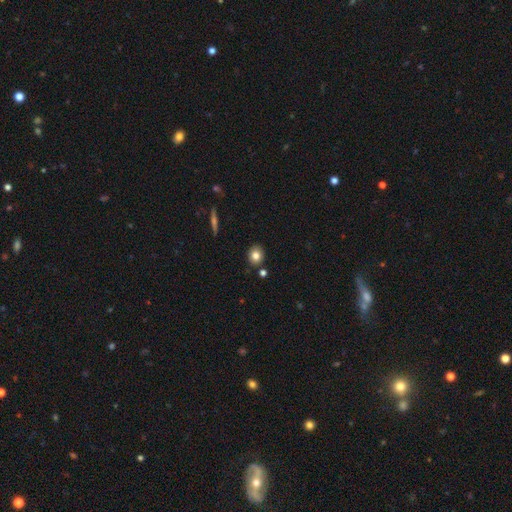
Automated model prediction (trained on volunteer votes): A smooth galaxy with no disk features (80%) that is round (68%). Merging: none (86%).